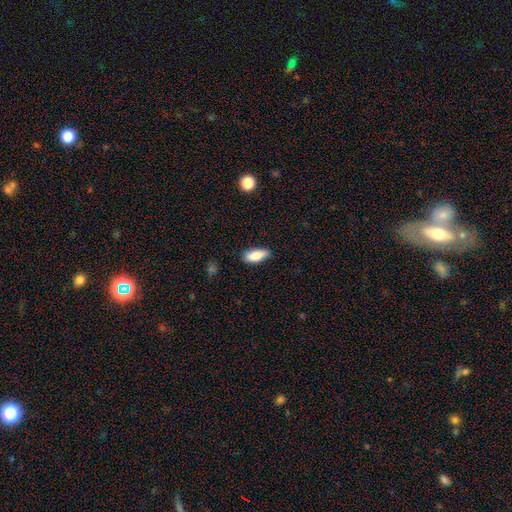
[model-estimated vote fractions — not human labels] Morphology: type=smooth (85%); roundness=in between (81%); merging=none (81%).